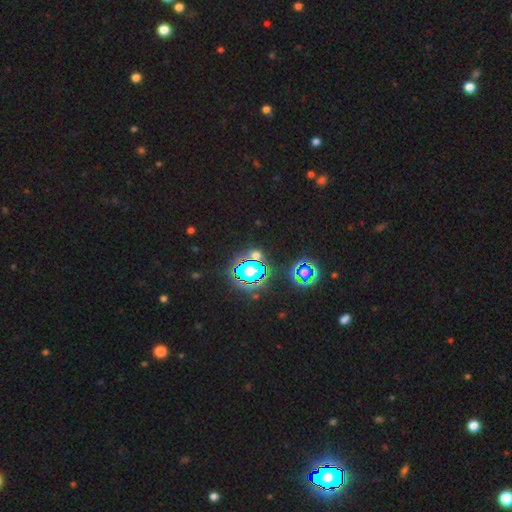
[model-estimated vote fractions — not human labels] star or artifact 65%, smooth 24%, featured or disk 11%.